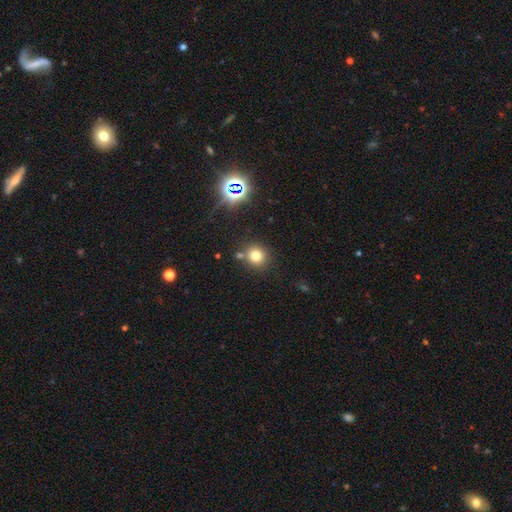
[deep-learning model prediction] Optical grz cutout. It shows a smooth galaxy with no disk features (75%) that is round (89%). Merging: none (76%).